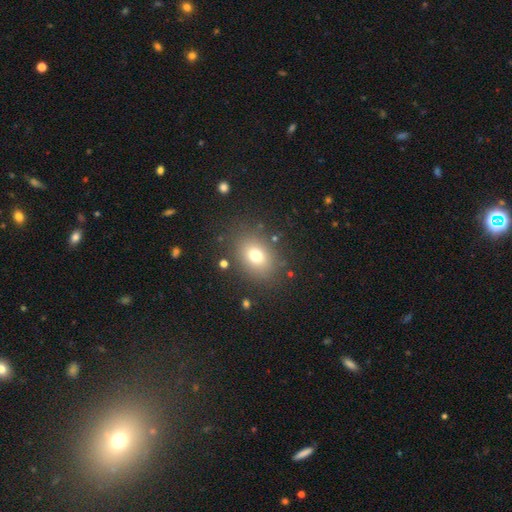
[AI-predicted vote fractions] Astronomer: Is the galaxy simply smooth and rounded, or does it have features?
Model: smooth — 74%.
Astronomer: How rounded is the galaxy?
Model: in between — 60% (runner-up: round, 39%).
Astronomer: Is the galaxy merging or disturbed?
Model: none — 82%.